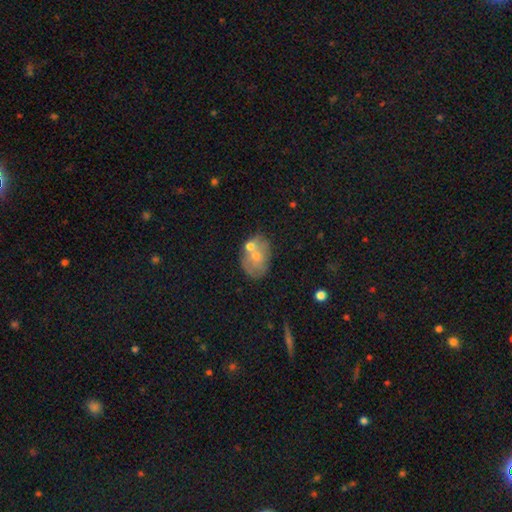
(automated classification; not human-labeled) This appears to be a smooth galaxy with no disk features (57%) that is in between round and cigar-shaped (71%). Merging: none (48%).